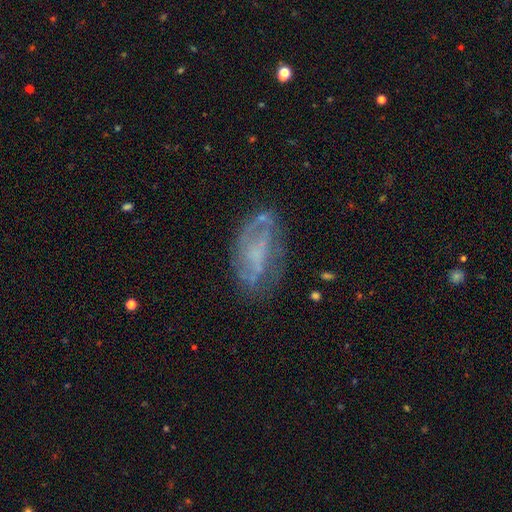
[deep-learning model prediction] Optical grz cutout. It shows a featured or disk galaxy (66%) with no bar (57%), spiral arms (65%) and no central bulge (56%). Merging: none (63%).